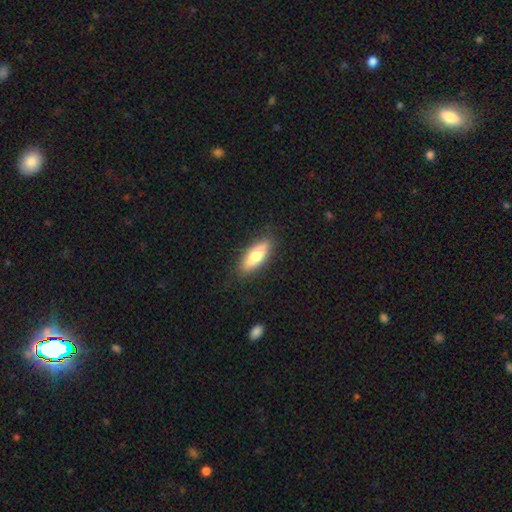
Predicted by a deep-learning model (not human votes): A smooth galaxy with no disk features (72%) that is in between round and cigar-shaped (50%).

Vote fractions:
- Smooth or featured? smooth: 72% / featured or disk: 22% / star or artifact: 6%
- How rounded? in between: 50% / cigar-shaped: 48% / round: 2%
- Merging? none: 86% / minor disturbance: 10% / major disturbance: 2% / merger: 1%